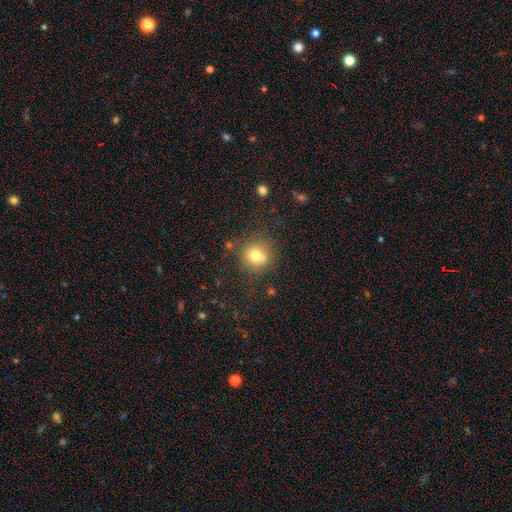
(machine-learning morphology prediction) smooth_or_featured: smooth (p=0.72) [alt: featured or disk p=0.14]
how_rounded: round (p=0.86) [alt: in between p=0.13]
merging: none (p=0.68) [alt: merger p=0.15]